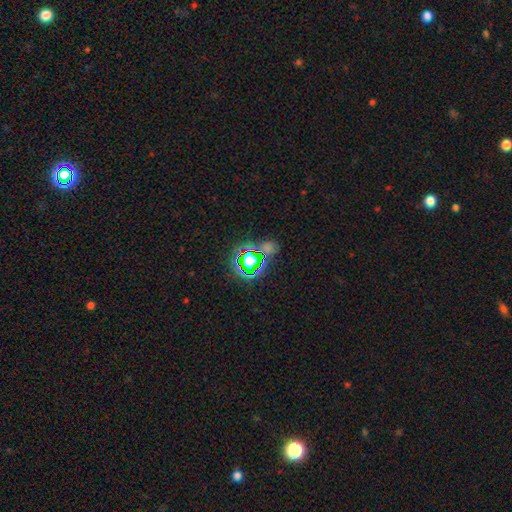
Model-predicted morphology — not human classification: smooth_or_featured: star or artifact (p=0.68) [alt: smooth p=0.23]